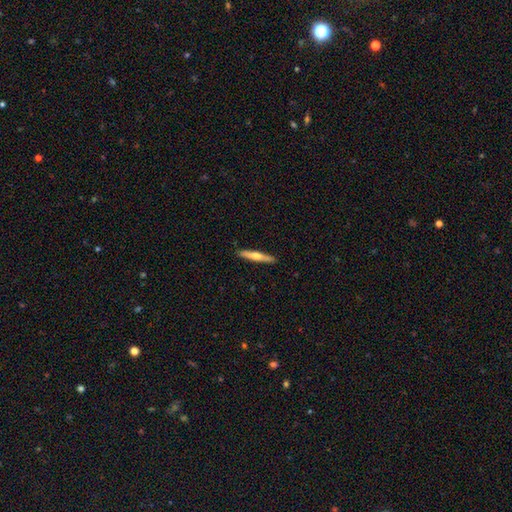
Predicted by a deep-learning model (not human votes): This is possibly a featured or disk galaxy (48%). Merging: clearly none (91%).